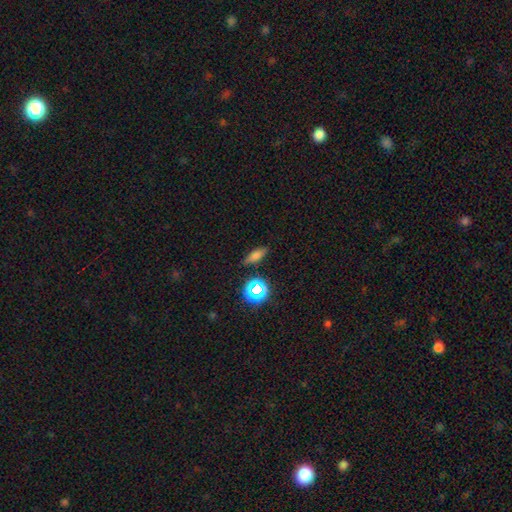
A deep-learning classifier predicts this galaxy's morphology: A smooth galaxy with no disk features (70%) that is in between round and cigar-shaped (64%).

Vote fractions:
- Smooth or featured? smooth: 70% / star or artifact: 18% / featured or disk: 12%
- How rounded? in between: 64% / cigar-shaped: 29% / round: 8%
- Merging? none: 83% / minor disturbance: 12% / major disturbance: 3% / merger: 2%